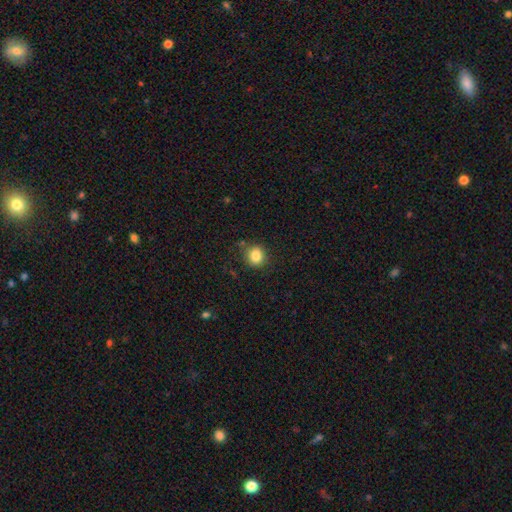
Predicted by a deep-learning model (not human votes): Q: Smooth or featured?
A: smooth (84%); runner-up: star or artifact (11%)
Q: How rounded?
A: round (72%); runner-up: in between (28%)
Q: Merging?
A: none (82%); runner-up: minor disturbance (12%)